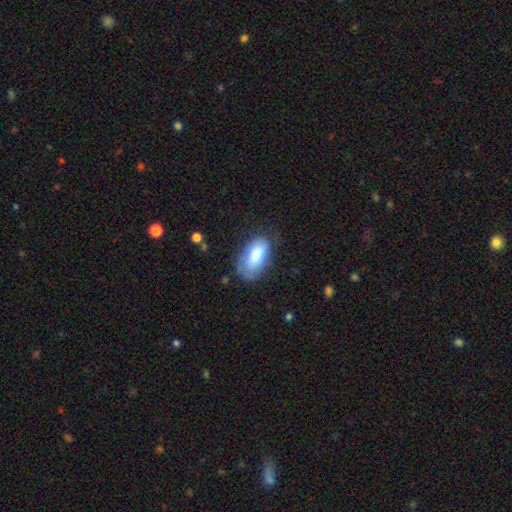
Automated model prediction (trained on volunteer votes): smooth-or-featured: smooth: 81% | featured or disk: 12% | star or artifact: 6%
  how-rounded: in between: 94% | cigar-shaped: 3% | round: 3%
  merging: none: 65% | minor disturbance: 24% | major disturbance: 9% | merger: 2%